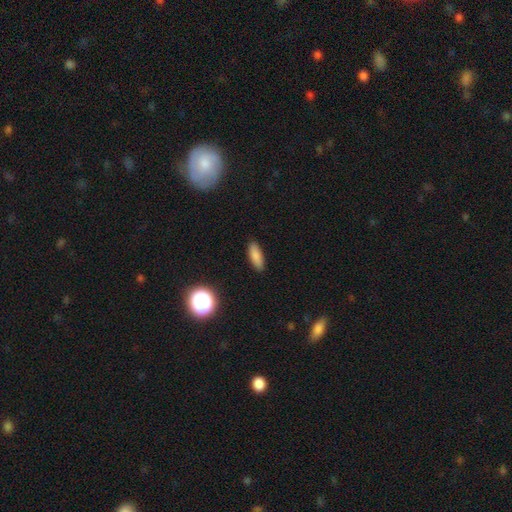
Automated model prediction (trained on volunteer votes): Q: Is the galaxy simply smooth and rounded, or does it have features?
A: smooth — 83%.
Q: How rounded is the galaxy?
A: in between — 63%.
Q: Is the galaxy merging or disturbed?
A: none — 88%.